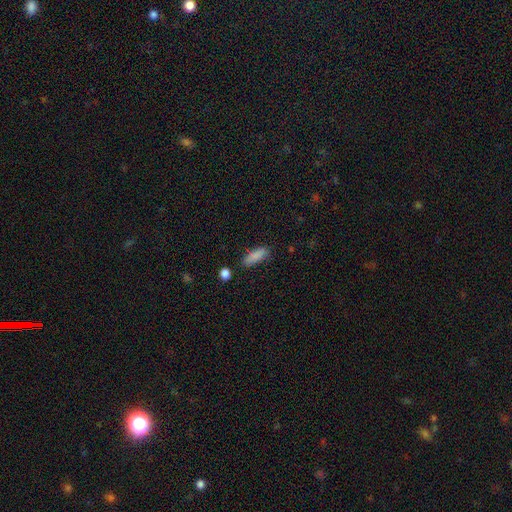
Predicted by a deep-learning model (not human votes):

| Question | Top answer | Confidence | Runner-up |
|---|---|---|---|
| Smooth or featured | smooth | 86% | star or artifact (8%) |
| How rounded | in between | 59% | cigar-shaped (39%) |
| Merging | none | 78% | minor disturbance (15%) |